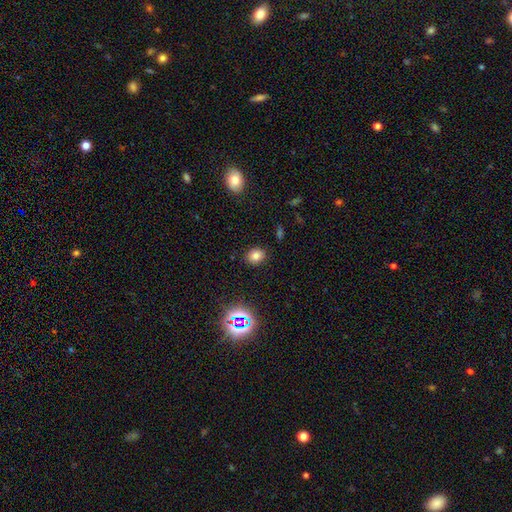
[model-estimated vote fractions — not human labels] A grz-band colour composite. It shows a smooth galaxy with no disk features (77%) that is round (55%). Merging: none (88%).